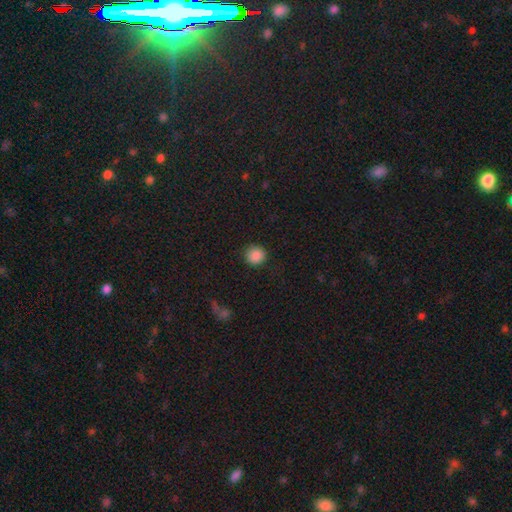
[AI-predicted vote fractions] Smooth or featured? Predicted: smooth (p=0.87). How rounded? Predicted: round (p=0.90). Merging? Predicted: none (p=0.88).